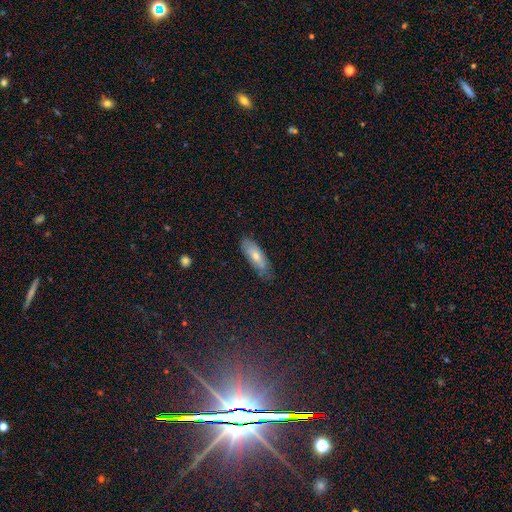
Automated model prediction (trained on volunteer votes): This appears to be a smooth galaxy with no disk features (58%) that is in between round and cigar-shaped (55%). Merging: none (81%).